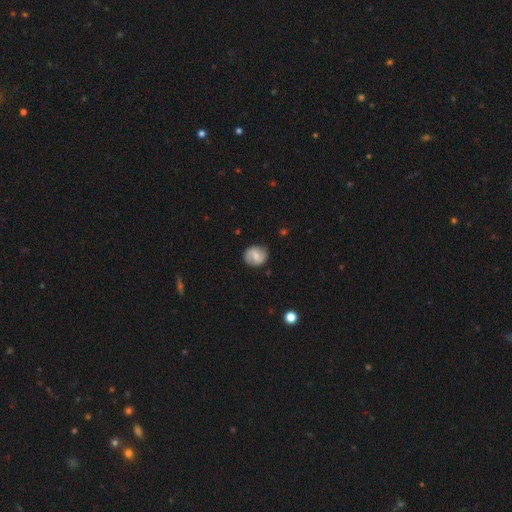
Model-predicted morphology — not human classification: A featured or disk galaxy (47%).

Vote fractions:
- Smooth or featured? featured or disk: 47% / smooth: 45% / star or artifact: 7%
- Merging? none: 83% / minor disturbance: 13% / major disturbance: 3% / merger: 1%